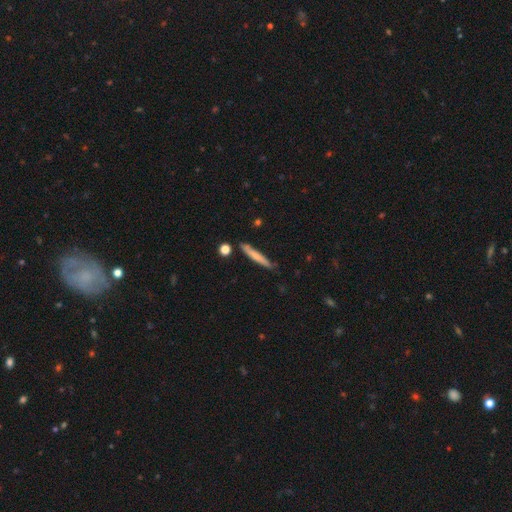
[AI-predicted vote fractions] Smooth or featured: smooth — 67% (featured or disk — 27%)
How rounded: cigar-shaped — 94% (in between — 4%)
Merging: none — 79% (minor disturbance — 15%)